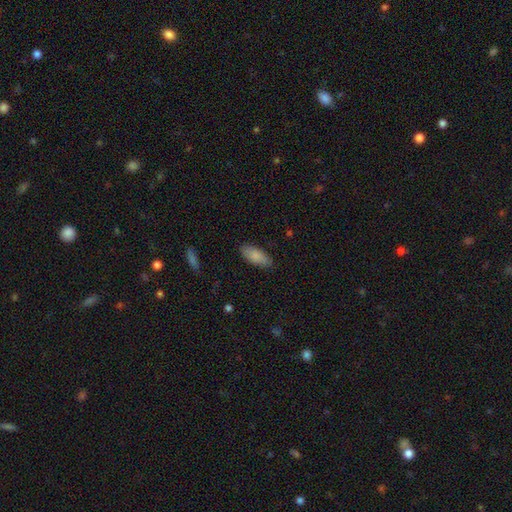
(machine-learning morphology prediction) Smooth or featured? smooth (85%)
How rounded? in between (82%)
Merging? none (86%)